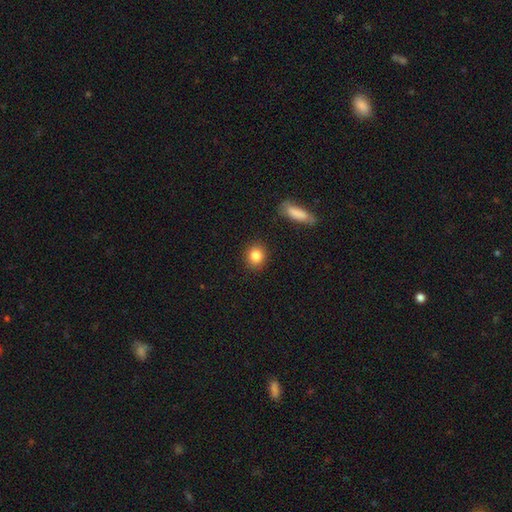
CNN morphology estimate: This is clearly a smooth galaxy (85%). How rounded: likely round (77%). Merging: clearly none (90%).